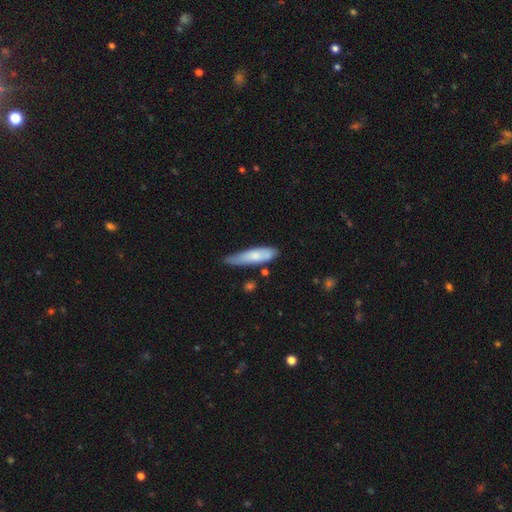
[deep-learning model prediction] The model was most divided on "merging": none: 55%, minor disturbance: 34%, major disturbance: 6%, merger: 5%. More confident: smooth or featured — smooth (73%); how rounded — cigar-shaped (70%).